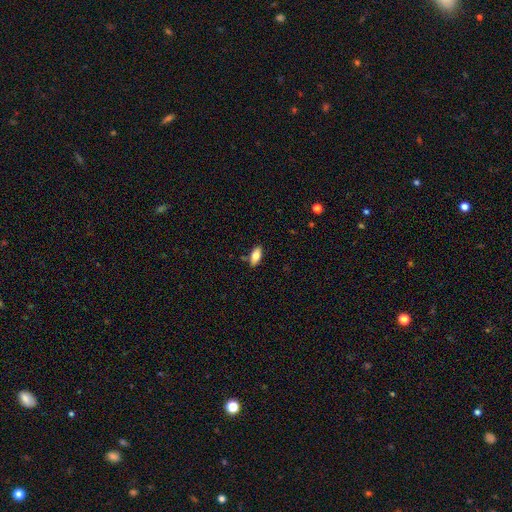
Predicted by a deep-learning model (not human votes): Q: Smooth or featured?
A: smooth (75%); runner-up: featured or disk (18%)
Q: How rounded?
A: in between (88%); runner-up: cigar-shaped (10%)
Q: Merging?
A: none (82%); runner-up: minor disturbance (13%)